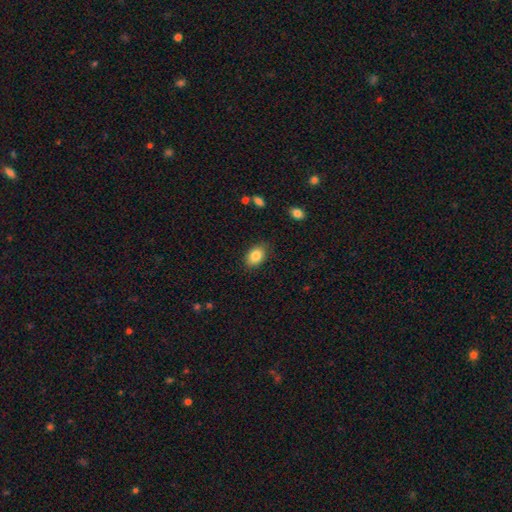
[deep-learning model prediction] smooth 85%, star or artifact 8%, featured or disk 7%. Down the decision tree: how rounded — in between (82%); merging — none (85%).